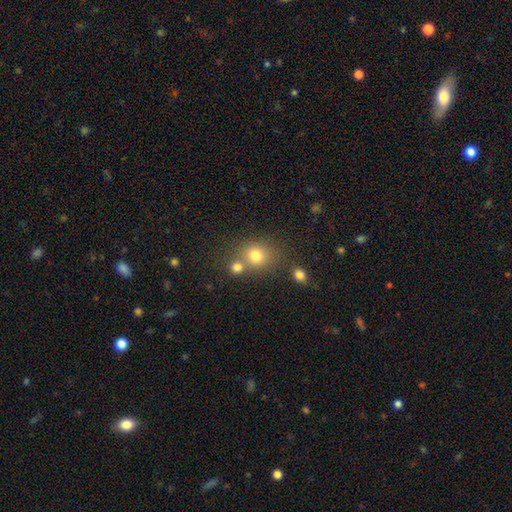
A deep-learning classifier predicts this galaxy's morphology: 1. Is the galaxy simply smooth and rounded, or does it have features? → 76% smooth, 14% star or artifact, 10% featured or disk.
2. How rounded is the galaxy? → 78% round, 21% in between, 1% cigar-shaped.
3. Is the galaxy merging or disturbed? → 56% none, 30% merger, 10% minor disturbance, 4% major disturbance.